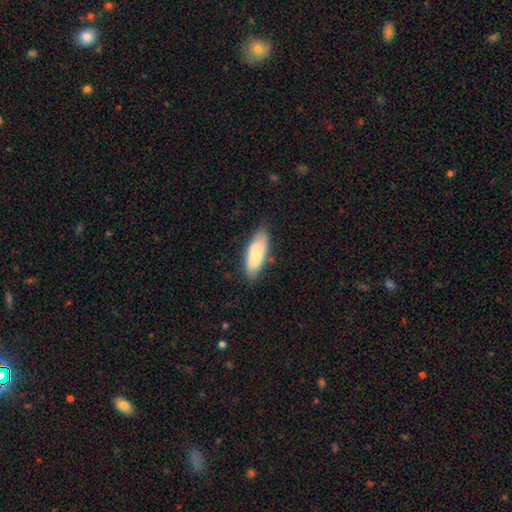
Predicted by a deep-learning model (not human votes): This appears to be a smooth galaxy with no disk features (80%) that is in between round and cigar-shaped (73%). Merging: none (80%).